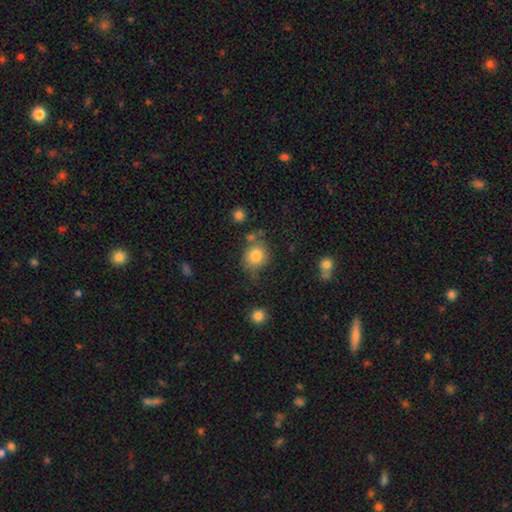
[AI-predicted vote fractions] Smooth or featured?
  - smooth: 82% *
  - star or artifact: 10%
  - featured or disk: 8%
How rounded?
  - round: 77% *
  - in between: 22%
  - cigar-shaped: 1%
Merging?
  - none: 61% *
  - minor disturbance: 20%
  - merger: 11%
  - major disturbance: 8%